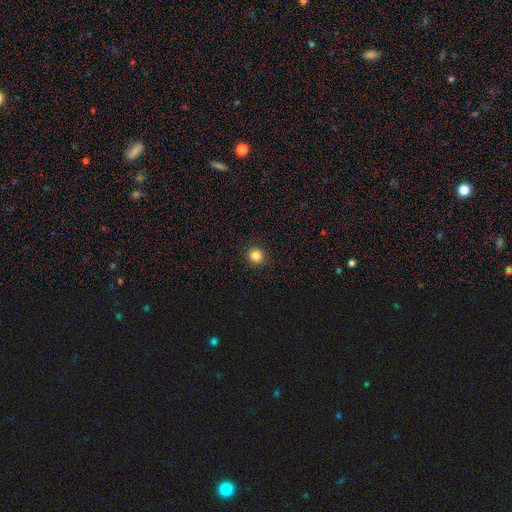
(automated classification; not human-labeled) The model was most divided on "smooth or featured": smooth: 83%, star or artifact: 13%, featured or disk: 4%. More confident: how rounded — round (95%); merging — none (93%).